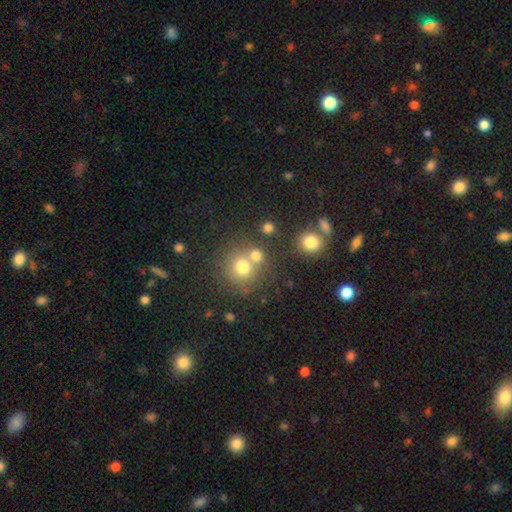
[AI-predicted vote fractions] Overall: smooth (72%). How rounded: round (87%). Merging: none (56%; merger 32%).